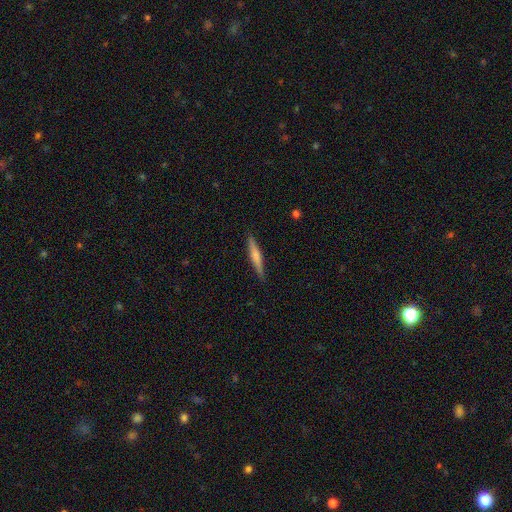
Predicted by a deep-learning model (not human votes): Morphology: type=smooth (49%); merging=none (90%).